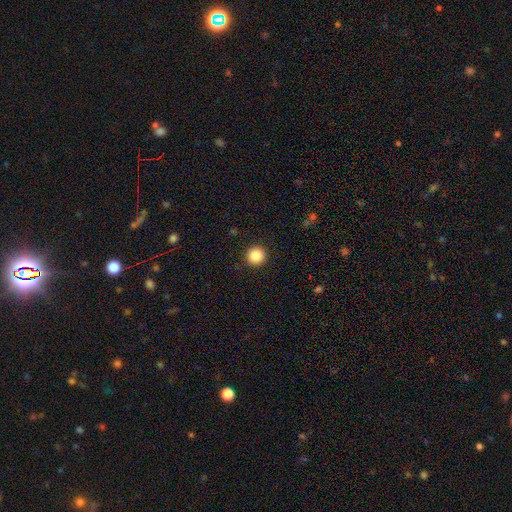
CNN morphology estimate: Smooth or featured: smooth — 88% (star or artifact — 9%)
How rounded: round — 95% (in between — 4%)
Merging: none — 92% (minor disturbance — 5%)